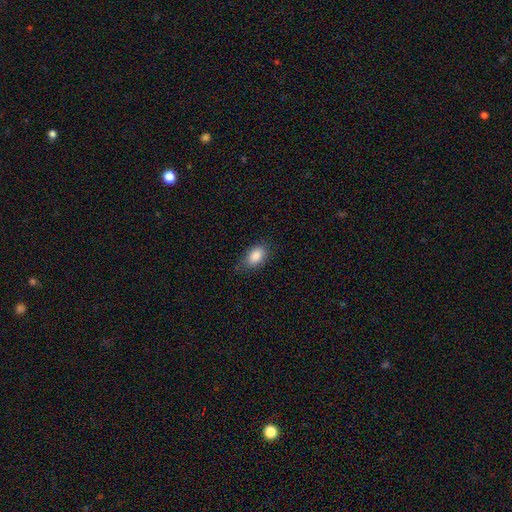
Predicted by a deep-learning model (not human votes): Morphology: type=smooth (87%); roundness=in between (89%); merging=none (76%).